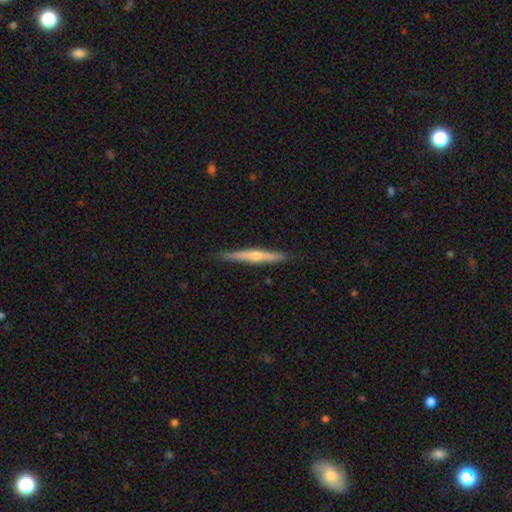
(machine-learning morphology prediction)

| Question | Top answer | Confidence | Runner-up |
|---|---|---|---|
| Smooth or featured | featured or disk | 61% | smooth (33%) |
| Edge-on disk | yes | 97% | no (3%) |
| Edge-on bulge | rounded | 80% | none (15%) |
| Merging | none | 88% | minor disturbance (9%) |